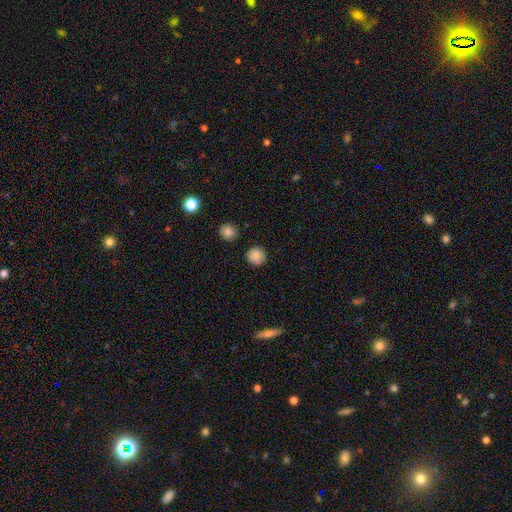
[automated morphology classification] smooth 86%, star or artifact 10%, featured or disk 4%. Down the decision tree: how rounded — round (94%); merging — none (89%).